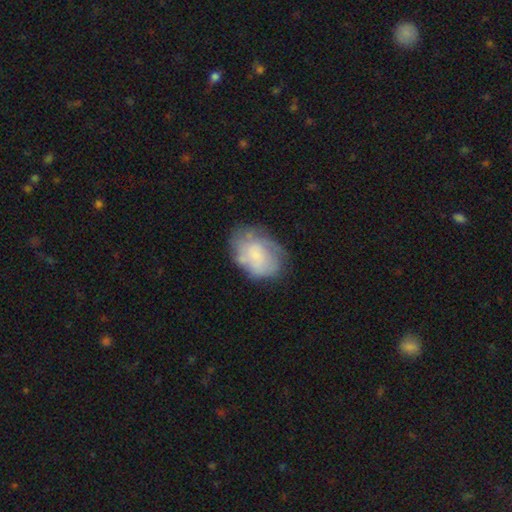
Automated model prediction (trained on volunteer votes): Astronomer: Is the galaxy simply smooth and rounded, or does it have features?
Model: smooth — 51% (runner-up: featured or disk, 41%).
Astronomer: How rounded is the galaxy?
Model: in between — 76%.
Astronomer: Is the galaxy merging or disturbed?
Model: none — 55%.